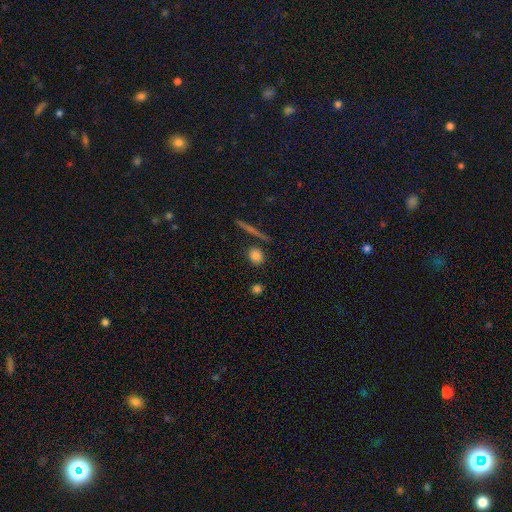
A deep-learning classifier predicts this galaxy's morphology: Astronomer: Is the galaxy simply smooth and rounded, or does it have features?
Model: smooth — 81%.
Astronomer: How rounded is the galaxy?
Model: round — 74%.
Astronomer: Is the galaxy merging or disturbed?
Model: none — 81%.